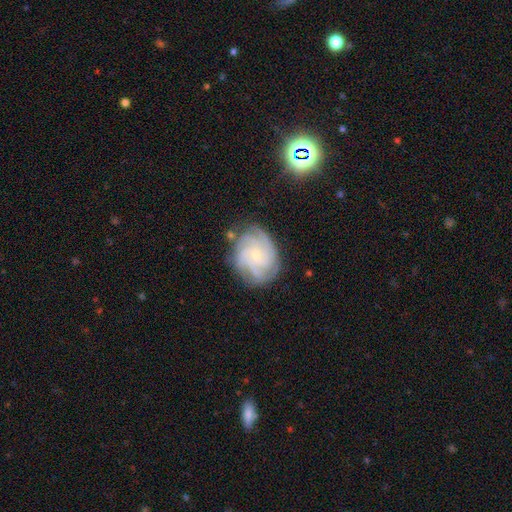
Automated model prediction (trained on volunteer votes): Smooth or featured?
  - featured or disk: 82% *
  - smooth: 11%
  - star or artifact: 8%
Edge-on disk?
  - no: 98% *
  - yes: 2%
Bar?
  - no: 75% *
  - weak: 21%
  - strong: 3%
Spiral arms?
  - yes: 97% *
  - no: 3%
Spiral winding?
  - tight: 68% *
  - medium: 26%
  - loose: 6%
Spiral arm count?
  - 4: 37% *
  - can't tell: 20%
  - 3: 15%
  - more than 4: 15%
  - 2: 7%
  - 1: 5%
Bulge size?
  - small: 76% *
  - moderate: 19%
  - none: 3%
  - large: 1%
  - dominant: 1%
Merging?
  - none: 75% *
  - minor disturbance: 17%
  - major disturbance: 6%
  - merger: 2%